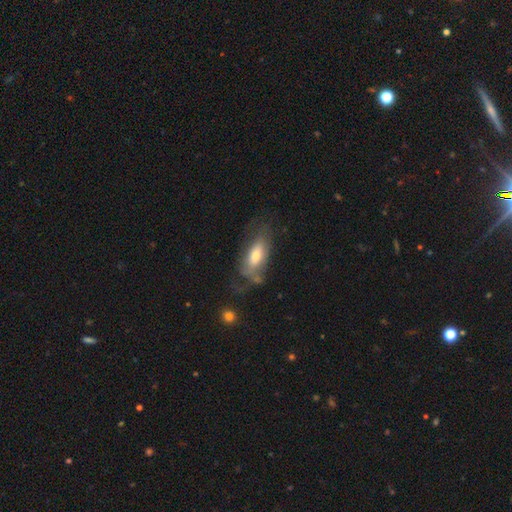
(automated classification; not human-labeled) smooth 60%, featured or disk 33%, star or artifact 7%. Down the decision tree: how rounded — in between (83%); merging — none (48%).